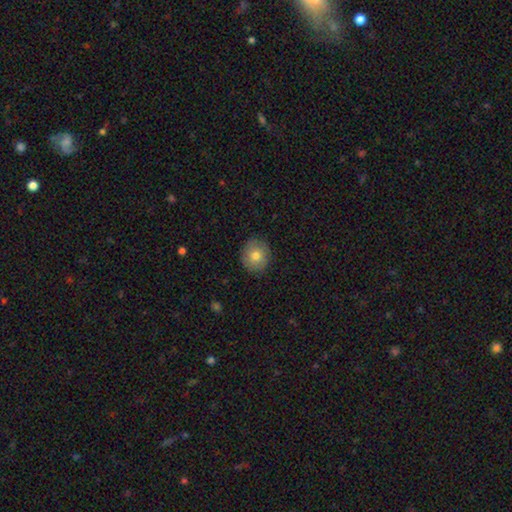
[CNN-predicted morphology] The model was most divided on "smooth or featured": smooth: 76%, featured or disk: 15%, star or artifact: 9%. More confident: merging — none (87%); how rounded — round (86%).